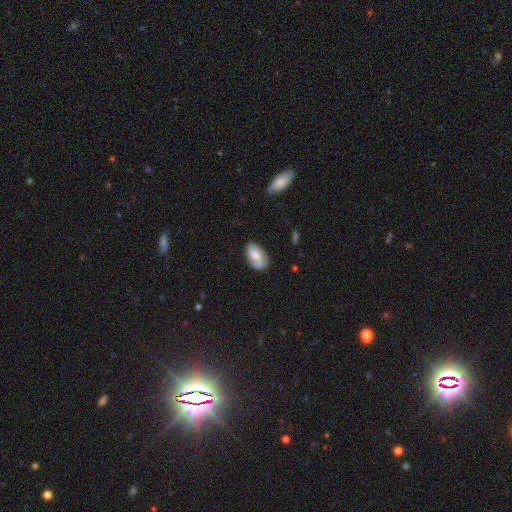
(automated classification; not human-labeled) smooth_or_featured: smooth (p=0.49) [alt: featured or disk p=0.43]
merging: none (p=0.64) [alt: minor disturbance p=0.25]